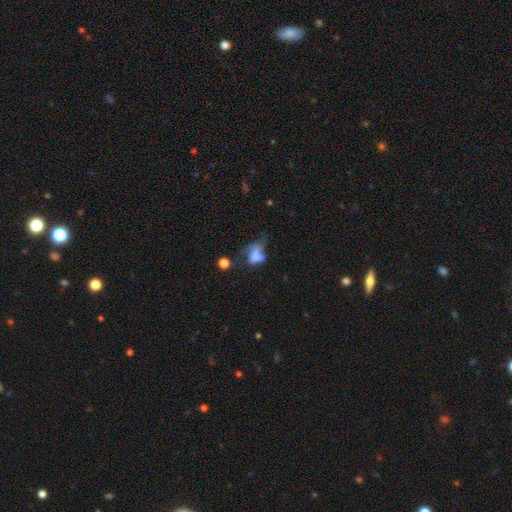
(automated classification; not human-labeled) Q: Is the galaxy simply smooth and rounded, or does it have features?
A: smooth — 54%.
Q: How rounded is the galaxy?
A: in between — 77%.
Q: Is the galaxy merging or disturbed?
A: major disturbance — 45%.